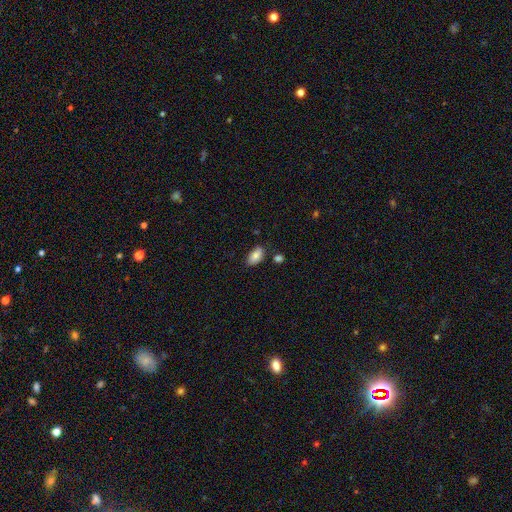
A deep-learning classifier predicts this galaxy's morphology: Q: Smooth or featured?
A: smooth (82%); runner-up: featured or disk (10%)
Q: How rounded?
A: in between (93%); runner-up: round (4%)
Q: Merging?
A: none (78%); runner-up: minor disturbance (14%)